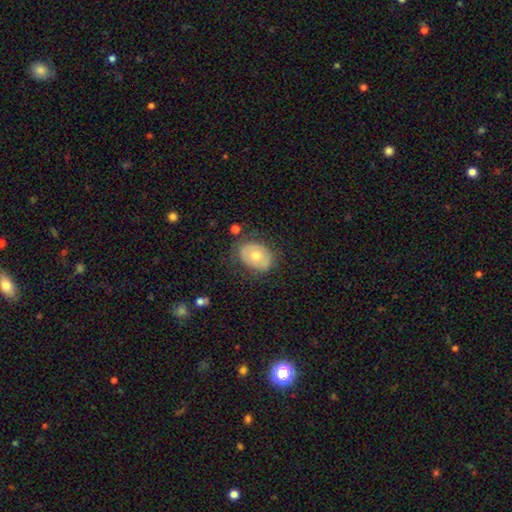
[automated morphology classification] type=smooth (60%); roundness=in between (72%); merging=none (69%).